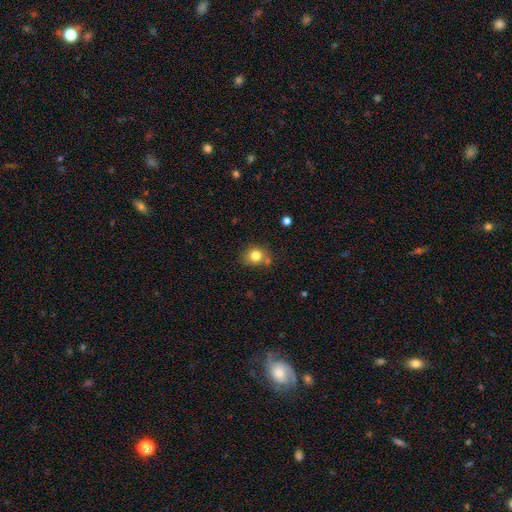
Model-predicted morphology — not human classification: This appears to be a smooth galaxy with no disk features (81%) that is round (73%). Merging: none (67%).